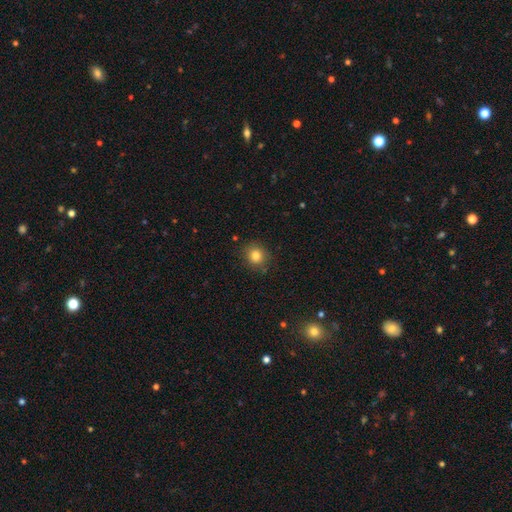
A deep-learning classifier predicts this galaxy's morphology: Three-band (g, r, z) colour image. It shows a smooth galaxy with no disk features (82%) that is round (86%). Merging: none (87%).